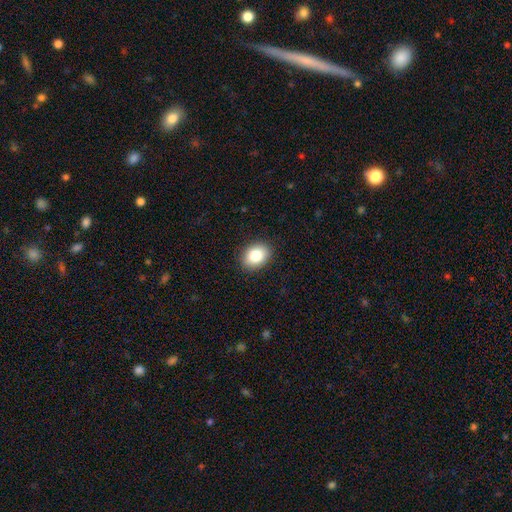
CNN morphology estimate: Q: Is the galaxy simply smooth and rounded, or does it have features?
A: smooth — 84%.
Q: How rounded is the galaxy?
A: in between — 67%.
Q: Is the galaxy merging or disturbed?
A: none — 89%.